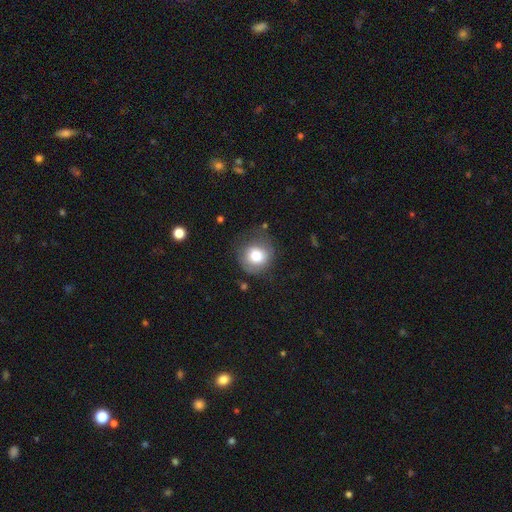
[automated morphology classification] Smooth or featured: smooth — 76% (featured or disk — 14%)
How rounded: round — 88% (in between — 11%)
Merging: none — 68% (minor disturbance — 20%)